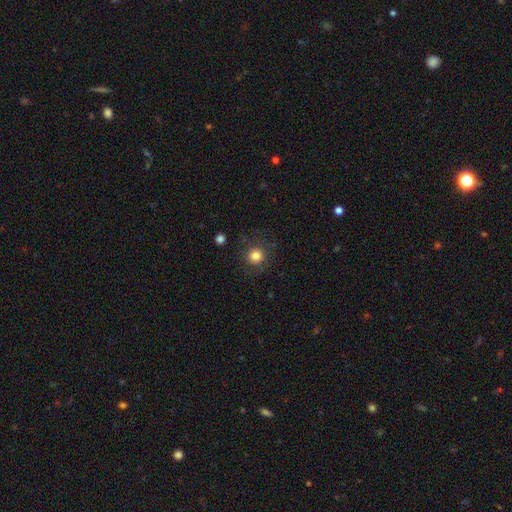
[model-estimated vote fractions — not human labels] This appears to be a smooth galaxy with no disk features (82%) that is round (93%). Merging: none (84%).